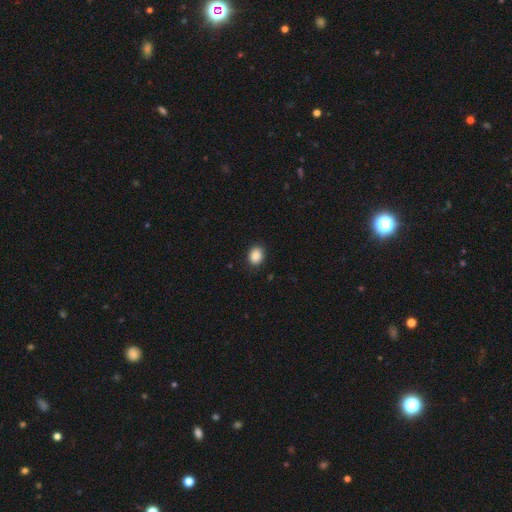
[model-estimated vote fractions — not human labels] This is clearly a smooth galaxy (89%). How rounded: possibly round (55%). Merging: clearly none (88%).